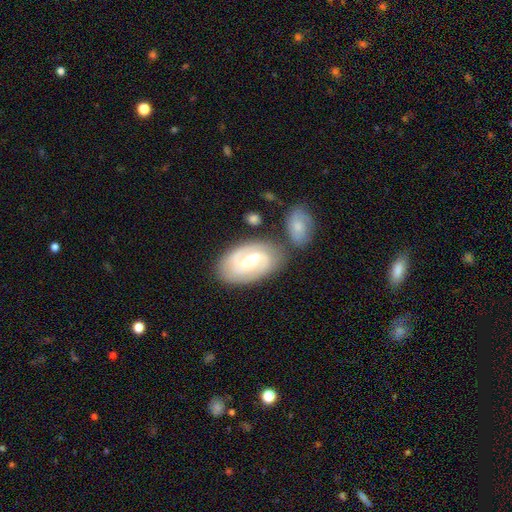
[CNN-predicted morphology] type=featured or disk (75%); edge-on=no (96%); bar=weak (54%); spiral arms=yes (91%); winding=tight (44%); arm count=2 (72%); bulge=moderate (51%); merging=none (65%).